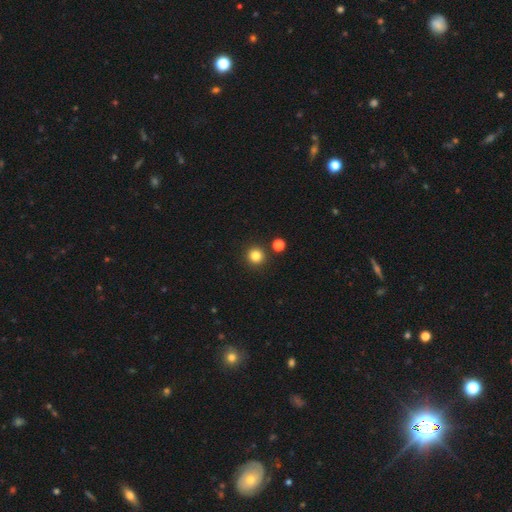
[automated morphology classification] smooth 82%, star or artifact 13%, featured or disk 5%. Down the decision tree: how rounded — round (95%); merging — none (89%).